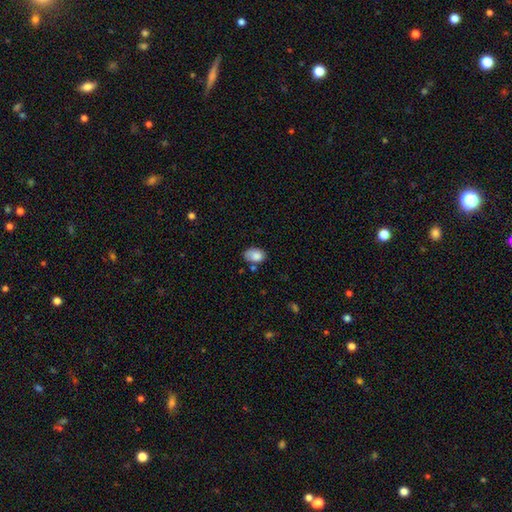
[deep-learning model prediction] The model was most divided on "merging": none: 61%, minor disturbance: 26%, merger: 7%, major disturbance: 6%. More confident: how rounded — in between (85%); smooth or featured — smooth (84%).